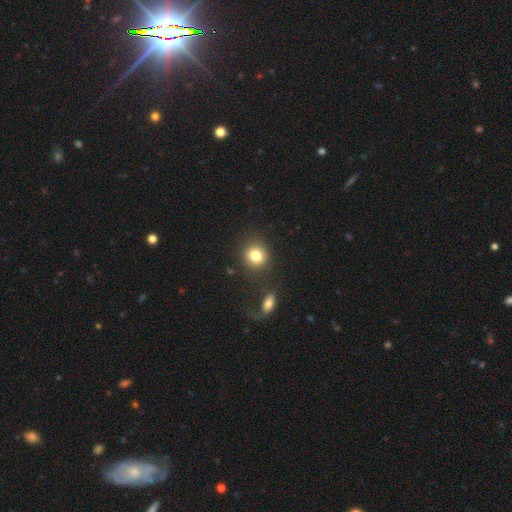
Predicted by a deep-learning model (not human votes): Smooth or featured?
  - smooth: 81% *
  - star or artifact: 11%
  - featured or disk: 9%
How rounded?
  - round: 83% *
  - in between: 16%
  - cigar-shaped: 1%
Merging?
  - none: 79% *
  - minor disturbance: 10%
  - merger: 7%
  - major disturbance: 4%